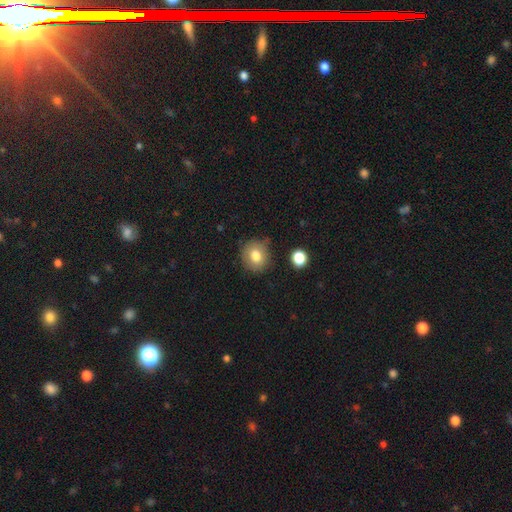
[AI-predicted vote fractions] Smooth or featured? smooth (79%)
How rounded? round (80%)
Merging? none (78%)